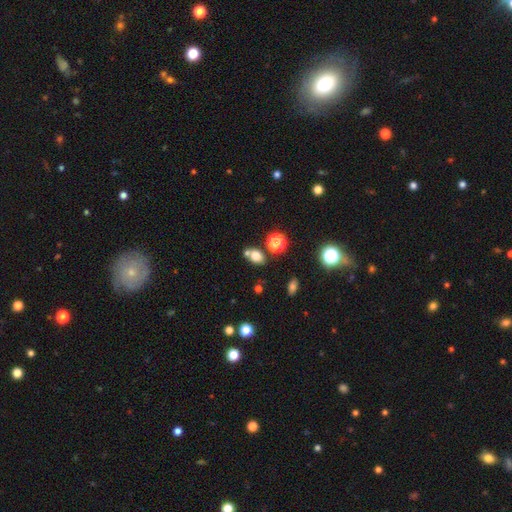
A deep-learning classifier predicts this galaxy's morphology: smooth_or_featured: smooth (p=0.76) [alt: star or artifact p=0.15]
how_rounded: in between (p=0.58) [alt: round p=0.40]
merging: none (p=0.56) [alt: merger p=0.28]